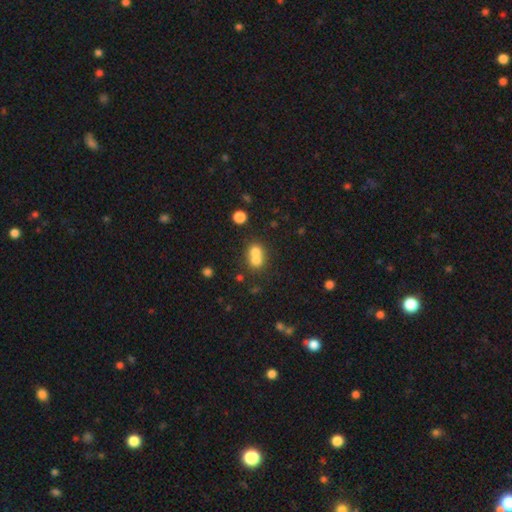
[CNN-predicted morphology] A smooth galaxy with no disk features (69%) that is round (66%).

Vote fractions:
- Smooth or featured? smooth: 69% / featured or disk: 18% / star or artifact: 13%
- How rounded? round: 66% / in between: 33% / cigar-shaped: 1%
- Merging? merger: 67% / none: 25% / minor disturbance: 6% / major disturbance: 3%